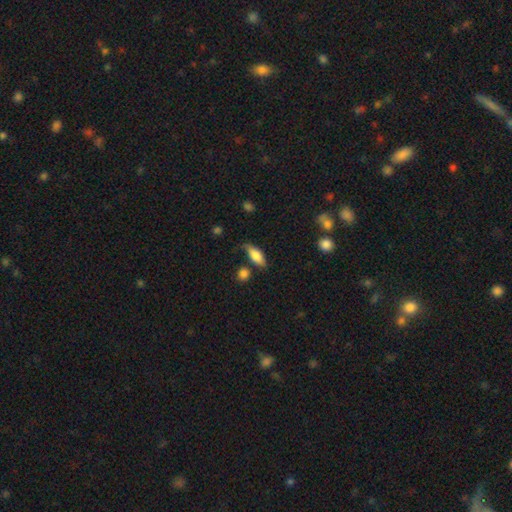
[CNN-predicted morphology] The model was most divided on "merging": none: 55%, minor disturbance: 28%, major disturbance: 10%, merger: 7%. More confident: how rounded — in between (79%); smooth or featured — smooth (76%).